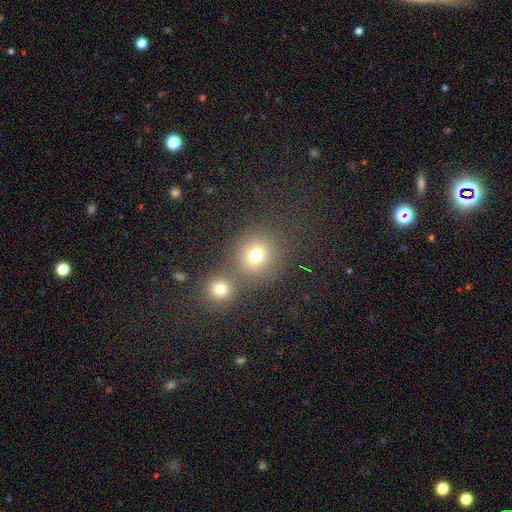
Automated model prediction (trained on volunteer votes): Smooth or featured: smooth — 75% (star or artifact — 16%)
How rounded: round — 82% (in between — 17%)
Merging: none — 54% (merger — 35%)